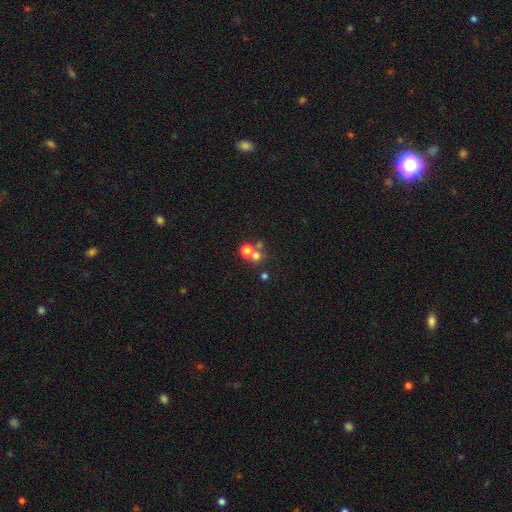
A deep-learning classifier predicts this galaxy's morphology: smooth-or-featured: smooth: 67% | star or artifact: 18% | featured or disk: 15%
  how-rounded: round: 89% | in between: 10% | cigar-shaped: 1%
  merging: none: 46% | merger: 45% | minor disturbance: 5% | major disturbance: 3%